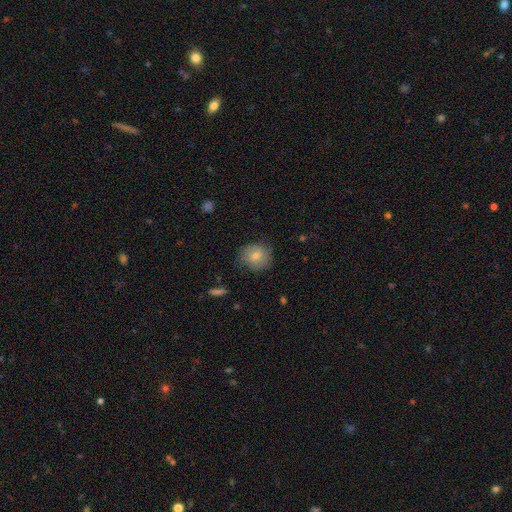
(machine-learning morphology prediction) A smooth galaxy with no disk features (61%) that is round (84%).

Vote fractions:
- Smooth or featured? smooth: 61% / featured or disk: 28% / star or artifact: 11%
- How rounded? round: 84% / in between: 15% / cigar-shaped: 1%
- Merging? none: 78% / minor disturbance: 17% / major disturbance: 4% / merger: 1%